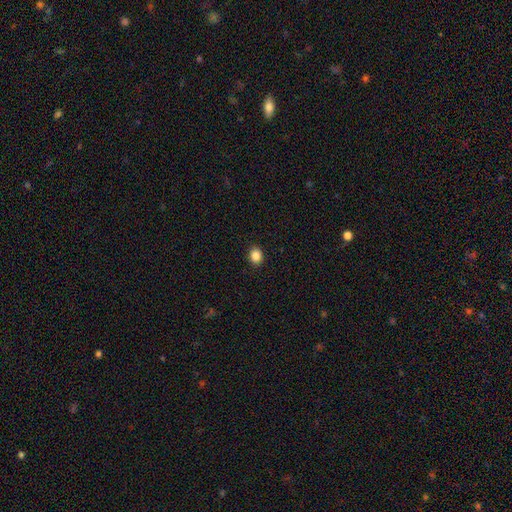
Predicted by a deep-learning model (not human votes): smooth 87%, star or artifact 10%, featured or disk 4%. Down the decision tree: how rounded — round (52%); merging — none (91%).